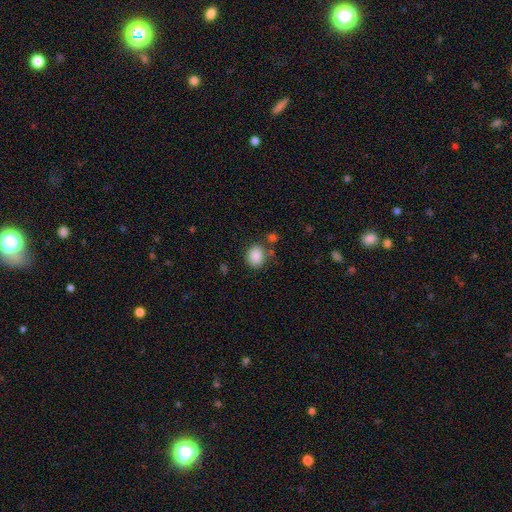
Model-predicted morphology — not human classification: A smooth galaxy with no disk features (88%) that is in between round and cigar-shaped (50%). Merging: none (75%).